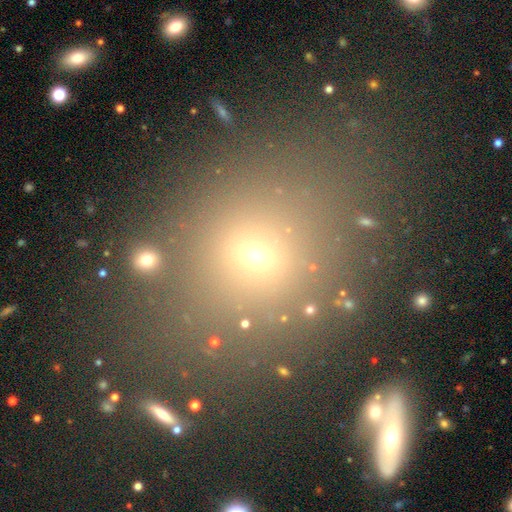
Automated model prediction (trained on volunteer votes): Smooth or featured: smooth — 59% (star or artifact — 29%)
How rounded: round — 62% (in between — 35%)
Merging: none — 75% (minor disturbance — 11%)